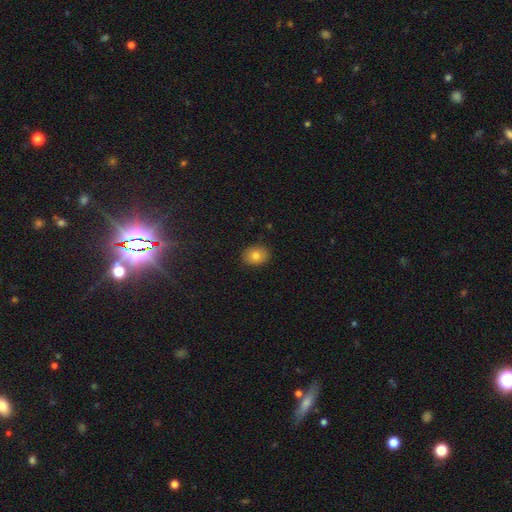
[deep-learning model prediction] This appears to be a smooth galaxy with no disk features (80%) that is in between round and cigar-shaped (59%). Merging: none (89%).